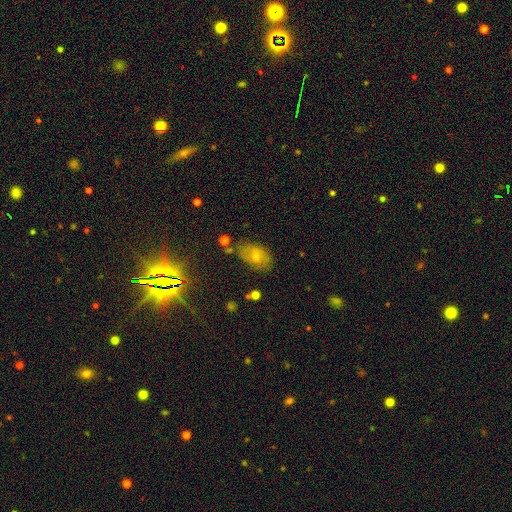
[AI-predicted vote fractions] This is possibly a smooth galaxy (45%). Merging: likely none (71%).